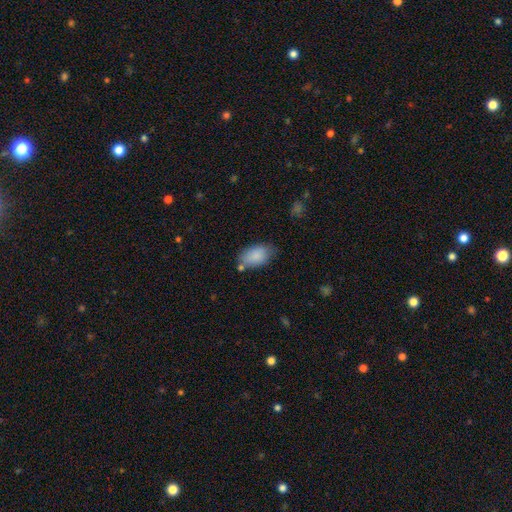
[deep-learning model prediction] Smooth or featured? Predicted: smooth (p=0.87). How rounded? Predicted: in between (p=0.93). Merging? Predicted: none (p=0.67).